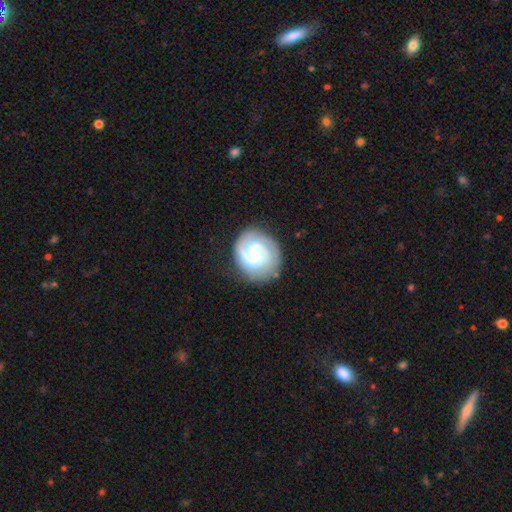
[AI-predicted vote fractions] This appears to be a featured or disk galaxy (80%) with a weak bar (49%), 2 (57%) tight (52%) spiral arms (96%) and a moderate central bulge (40%). Merging: none (75%).